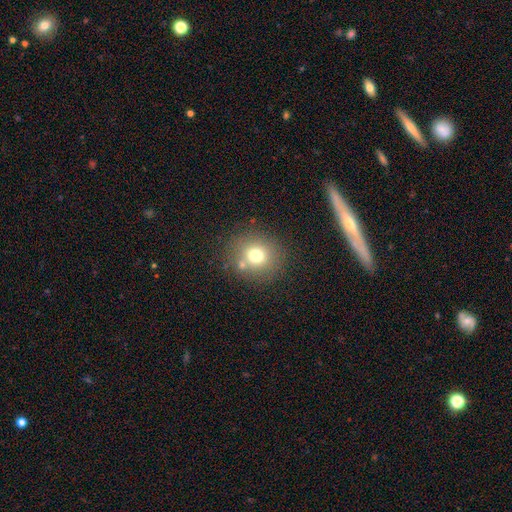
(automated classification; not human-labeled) A smooth galaxy with no disk features (72%) that is round (82%).

Vote fractions:
- Smooth or featured? smooth: 72% / star or artifact: 15% / featured or disk: 12%
- How rounded? round: 82% / in between: 17% / cigar-shaped: 1%
- Merging? none: 77% / minor disturbance: 10% / merger: 8% / major disturbance: 4%